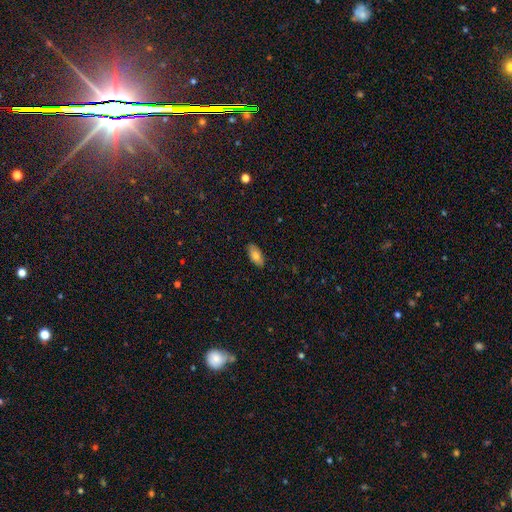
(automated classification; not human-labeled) Smooth or featured?
  - smooth: 76% *
  - featured or disk: 17%
  - star or artifact: 7%
How rounded?
  - in between: 92% *
  - cigar-shaped: 6%
  - round: 3%
Merging?
  - none: 87% *
  - minor disturbance: 11%
  - major disturbance: 2%
  - merger: 1%